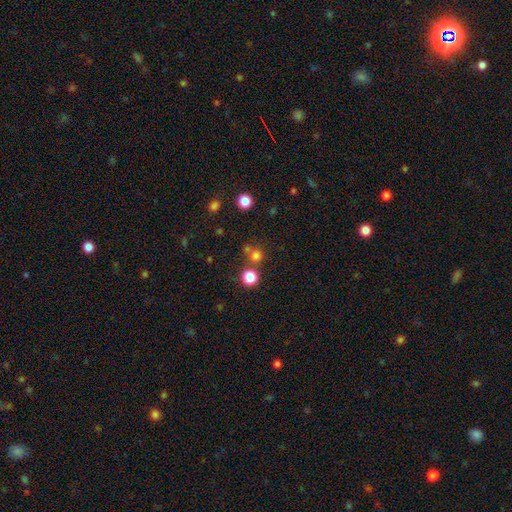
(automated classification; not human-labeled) Smooth or featured: smooth — 72% (star or artifact — 21%)
How rounded: round — 92% (in between — 7%)
Merging: none — 65% (merger — 24%)